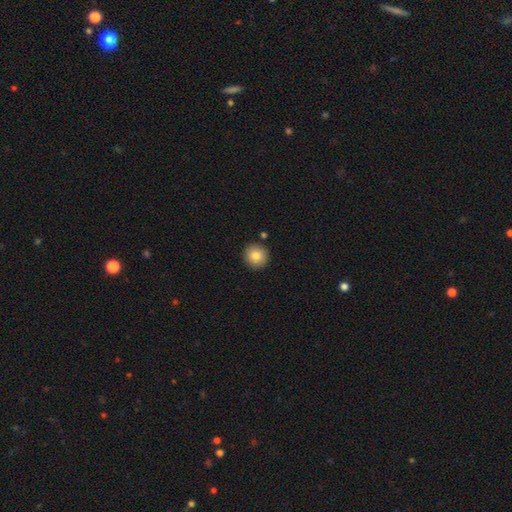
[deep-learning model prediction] Smooth or featured?
  - smooth: 84% *
  - star or artifact: 9%
  - featured or disk: 8%
How rounded?
  - round: 92% *
  - in between: 7%
  - cigar-shaped: 1%
Merging?
  - none: 89% *
  - minor disturbance: 7%
  - merger: 3%
  - major disturbance: 2%